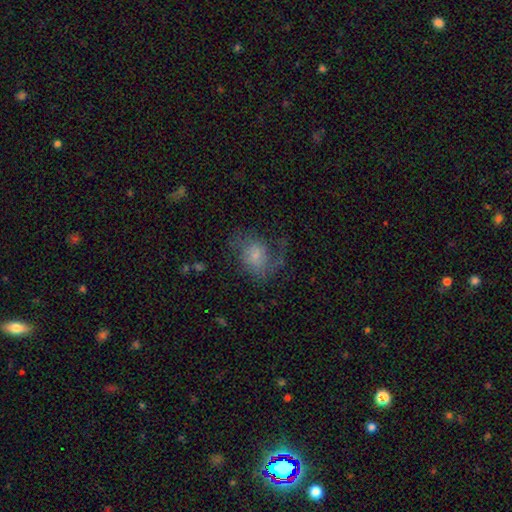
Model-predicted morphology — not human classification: This is marginally a featured or disk galaxy (45%, tied with smooth). Merging: marginally none (42%).